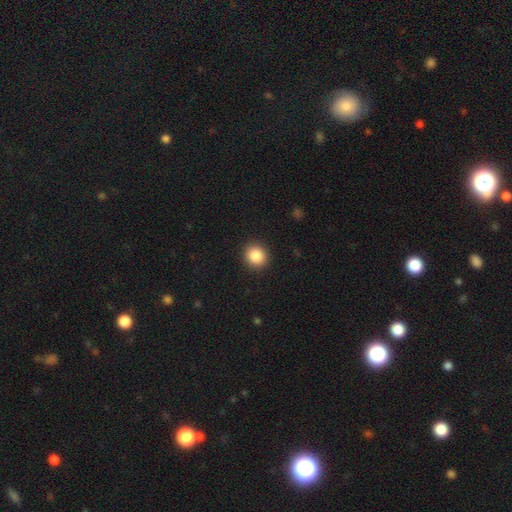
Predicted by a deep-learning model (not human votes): A smooth galaxy with no disk features (87%) that is round (87%). Merging: none (92%).